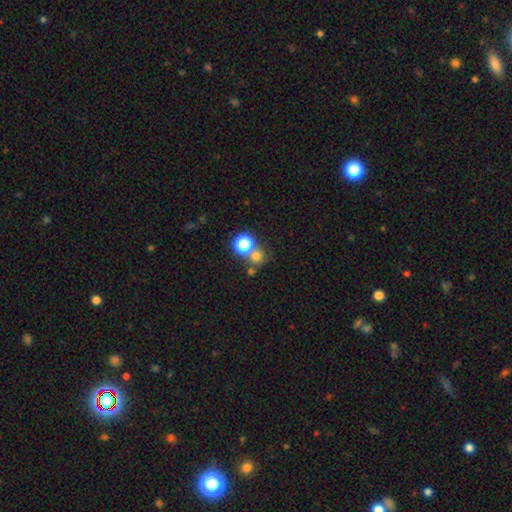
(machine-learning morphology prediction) Smooth or featured? smooth (70%)
How rounded? round (88%)
Merging? none (55%)